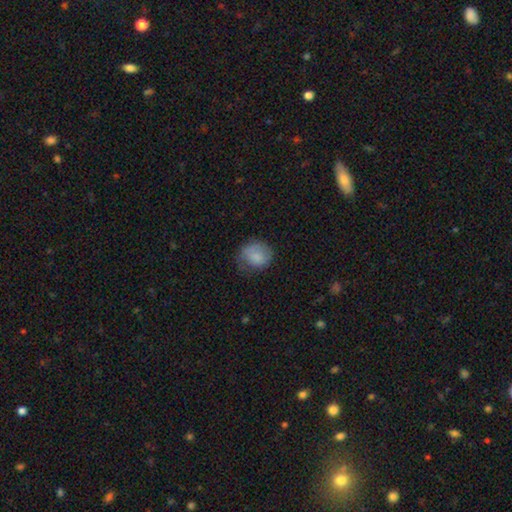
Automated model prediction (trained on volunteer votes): A smooth galaxy with no disk features (78%) that is round (76%).

Vote fractions:
- Smooth or featured? smooth: 78% / featured or disk: 14% / star or artifact: 8%
- How rounded? round: 76% / in between: 23% / cigar-shaped: 1%
- Merging? none: 57% / minor disturbance: 28% / major disturbance: 14% / merger: 1%